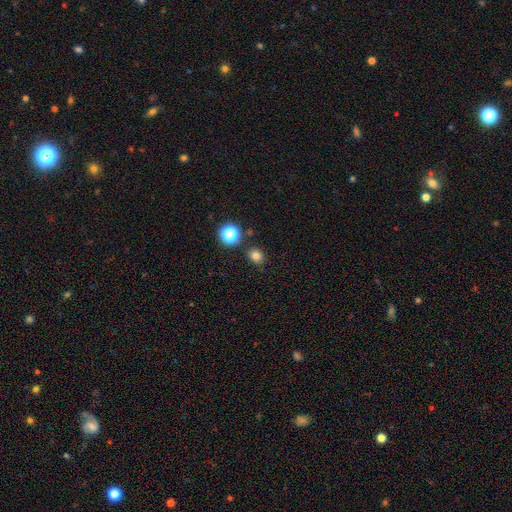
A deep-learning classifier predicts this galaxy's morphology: Overall: smooth (79%). How rounded: round (75%). Merging: none (84%).